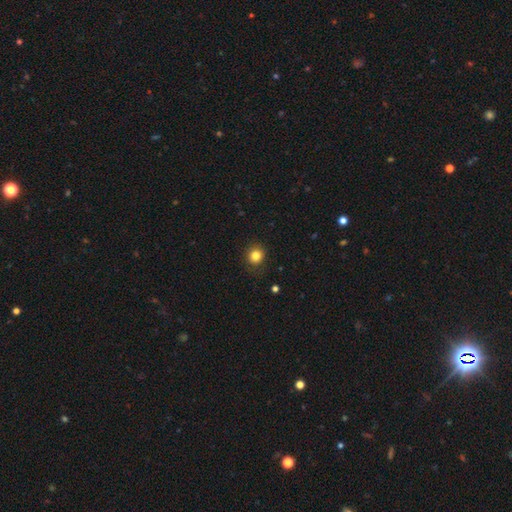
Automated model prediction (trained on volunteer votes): Morphology: type=smooth (83%); roundness=round (86%); merging=none (85%).